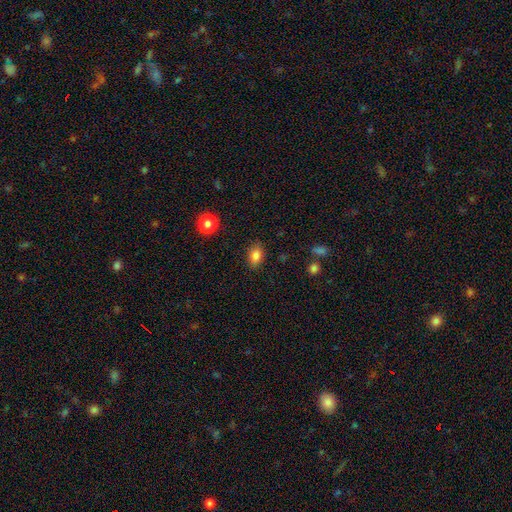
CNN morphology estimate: Smooth or featured: smooth — 83% (star or artifact — 10%)
How rounded: in between — 83% (round — 16%)
Merging: none — 86% (minor disturbance — 10%)